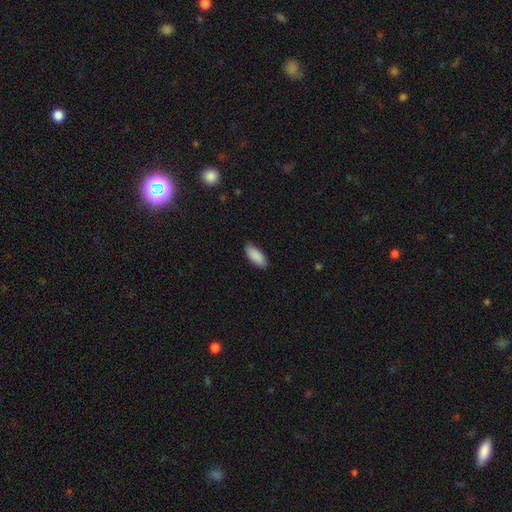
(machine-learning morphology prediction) type=smooth (90%); roundness=in between (85%); merging=none (84%).